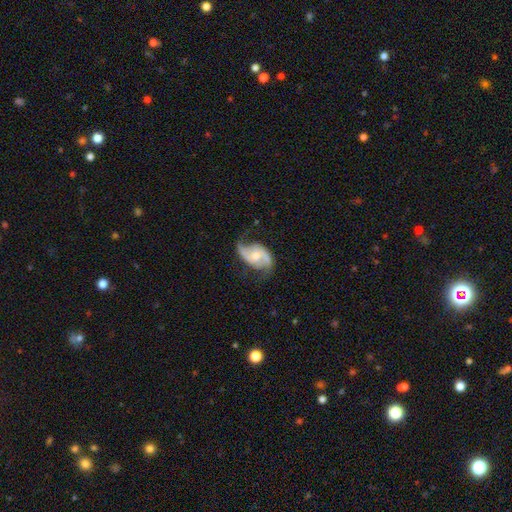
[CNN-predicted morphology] This appears to be a featured or disk galaxy (86%) with no bar (53%), 2 (91%) medium (44%) spiral arms (96%) and a moderate central bulge (52%). Merging: none (66%).